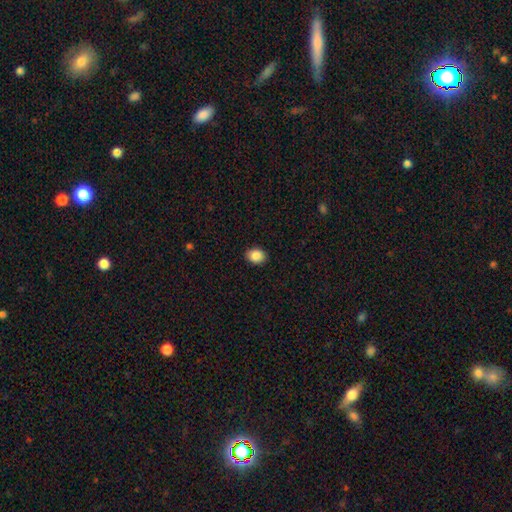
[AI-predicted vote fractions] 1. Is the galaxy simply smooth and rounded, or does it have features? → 89% smooth, 8% star or artifact, 3% featured or disk.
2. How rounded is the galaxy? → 62% in between, 37% round, 1% cigar-shaped.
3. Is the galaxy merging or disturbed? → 90% none, 7% minor disturbance, 2% major disturbance, 1% merger.